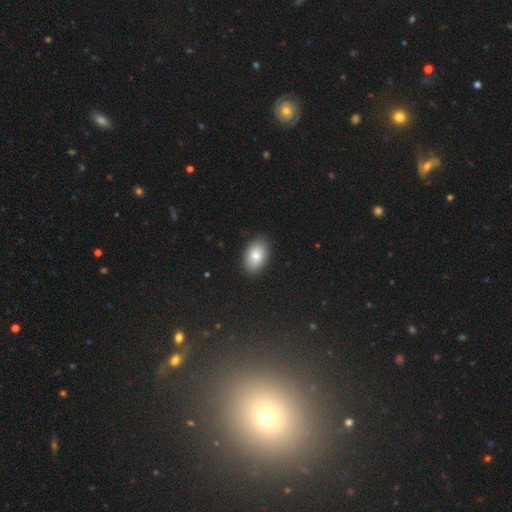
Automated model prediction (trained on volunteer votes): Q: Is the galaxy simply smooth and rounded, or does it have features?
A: smooth — 81%.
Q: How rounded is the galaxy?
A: in between — 89%.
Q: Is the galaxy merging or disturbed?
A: none — 88%.